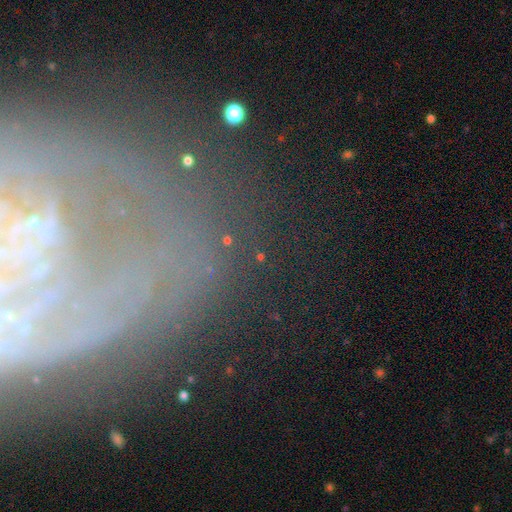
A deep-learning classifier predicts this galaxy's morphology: A featured or disk galaxy (46%).

Vote fractions:
- Smooth or featured? featured or disk: 46% / star or artifact: 33% / smooth: 21%
- Merging? none: 70% / minor disturbance: 13% / major disturbance: 10% / merger: 7%